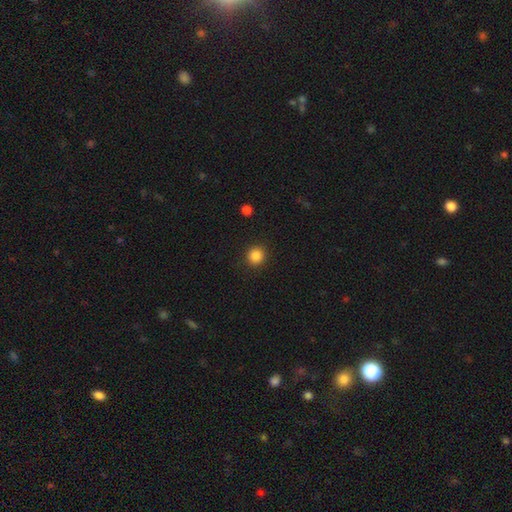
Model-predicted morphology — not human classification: This appears to be a smooth galaxy with no disk features (86%) that is round (93%). Merging: none (92%).